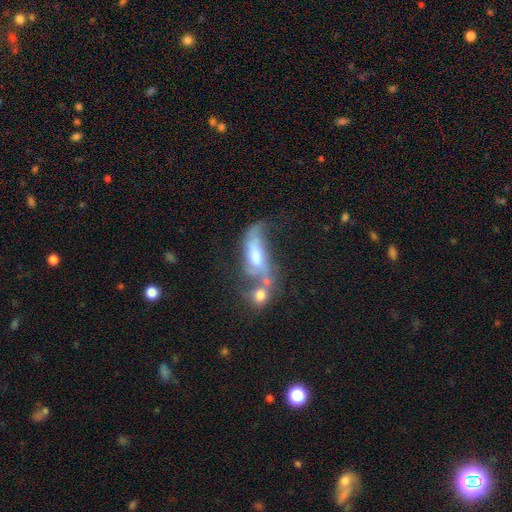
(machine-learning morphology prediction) Smooth or featured: featured or disk — 59% (smooth — 32%)
Edge-on disk: no — 83% (yes — 17%)
Merging: merger — 45% (none — 21%)